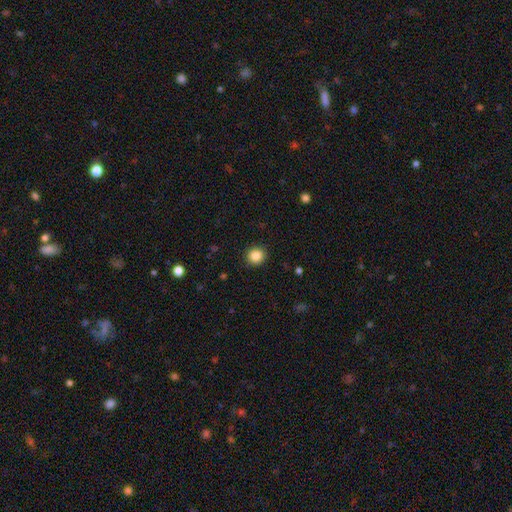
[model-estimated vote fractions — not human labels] The model was most divided on "smooth or featured": smooth: 86%, star or artifact: 10%, featured or disk: 4%. More confident: merging — none (91%); how rounded — round (89%).